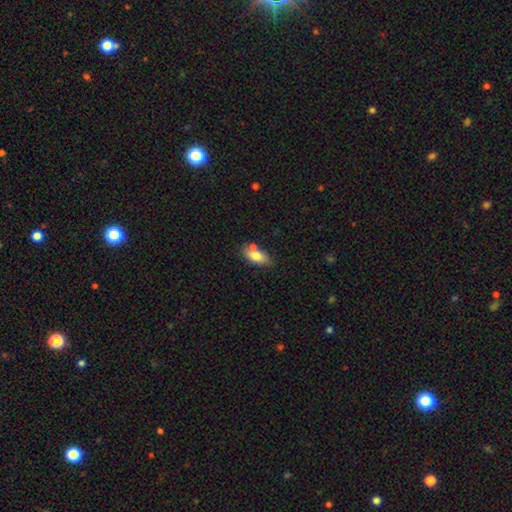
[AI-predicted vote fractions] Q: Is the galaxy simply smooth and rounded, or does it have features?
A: smooth — 76%.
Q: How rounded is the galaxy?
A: in between — 85%.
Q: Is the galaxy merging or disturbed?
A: none — 63%.